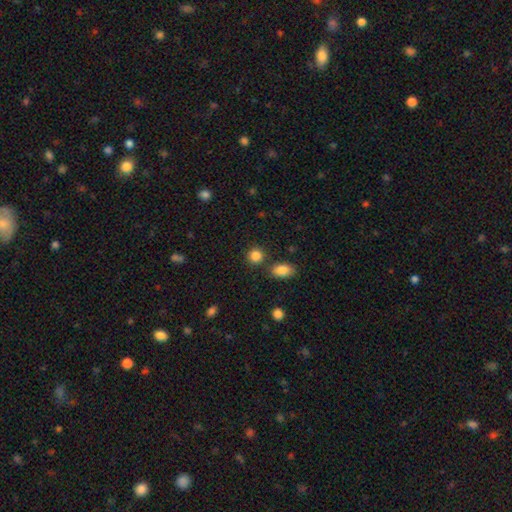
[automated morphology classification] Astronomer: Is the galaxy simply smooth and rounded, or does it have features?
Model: smooth — 86%.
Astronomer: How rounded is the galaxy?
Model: round — 84%.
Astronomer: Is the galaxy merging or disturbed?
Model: none — 79%.